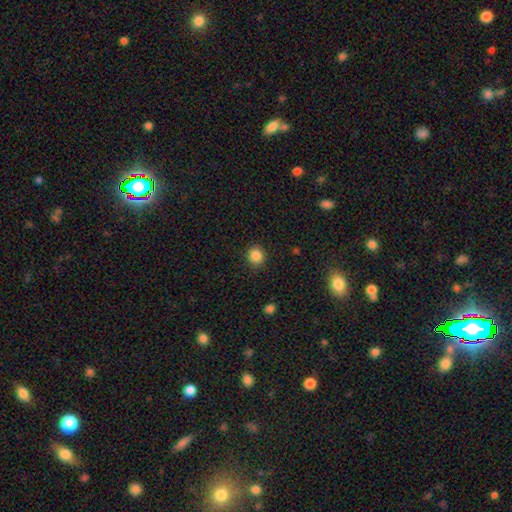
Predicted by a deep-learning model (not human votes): A smooth galaxy with no disk features (85%) that is round (86%).

Vote fractions:
- Smooth or featured? smooth: 85% / star or artifact: 11% / featured or disk: 4%
- How rounded? round: 86% / in between: 13% / cigar-shaped: 1%
- Merging? none: 89% / minor disturbance: 8% / major disturbance: 2% / merger: 1%